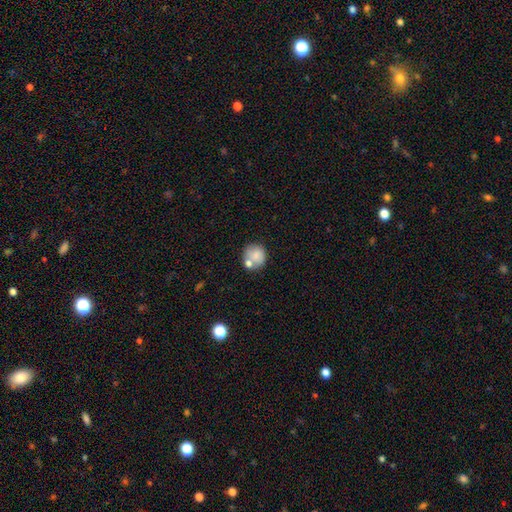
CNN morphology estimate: Smooth or featured: smooth — 77% (featured or disk — 14%)
How rounded: round — 84% (in between — 15%)
Merging: none — 57% (merger — 24%)